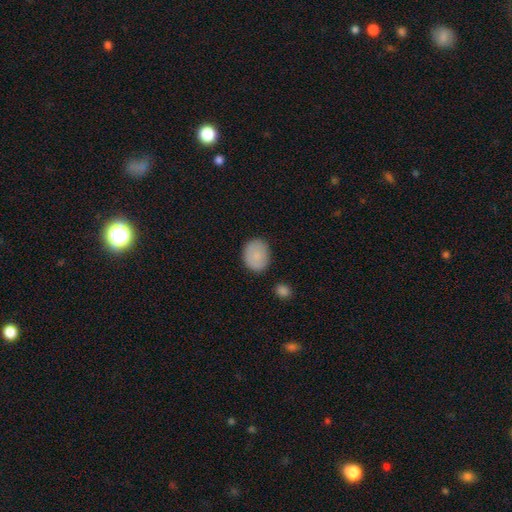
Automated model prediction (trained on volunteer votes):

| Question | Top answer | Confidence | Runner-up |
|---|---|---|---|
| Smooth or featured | smooth | 85% | featured or disk (8%) |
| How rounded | round | 55% | in between (44%) |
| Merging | none | 82% | minor disturbance (13%) |